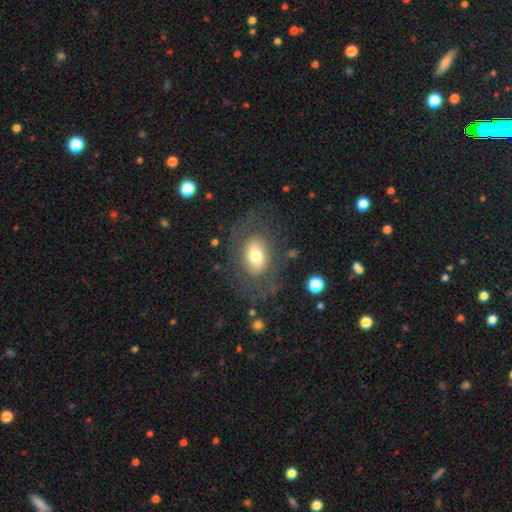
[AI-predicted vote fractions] Q: Smooth or featured?
A: smooth (50%); runner-up: featured or disk (42%)
Q: Merging?
A: none (66%); runner-up: minor disturbance (16%)